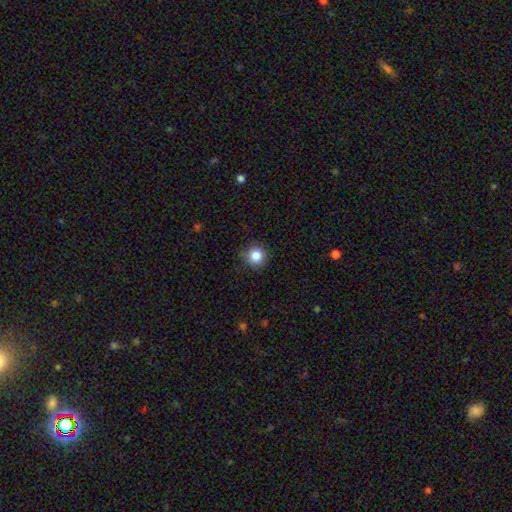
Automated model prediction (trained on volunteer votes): Q: Smooth or featured?
A: smooth (84%); runner-up: star or artifact (11%)
Q: How rounded?
A: round (94%); runner-up: in between (5%)
Q: Merging?
A: none (88%); runner-up: minor disturbance (9%)